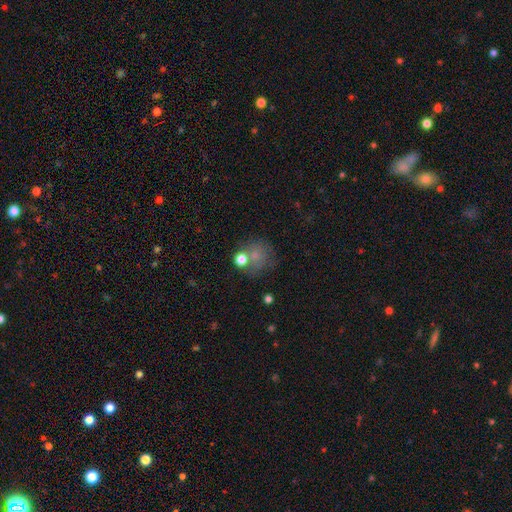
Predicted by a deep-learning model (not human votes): This is likely a smooth galaxy (69%). How rounded: clearly round (82%). Merging: possibly none (50%).